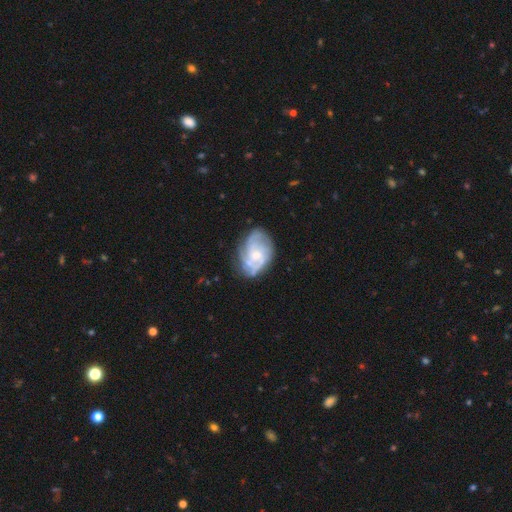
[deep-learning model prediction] This appears to be a featured or disk galaxy (80%) with no bar (67%), tight (50%) spiral arms (93%) and a small central bulge (57%). Merging: none (69%).